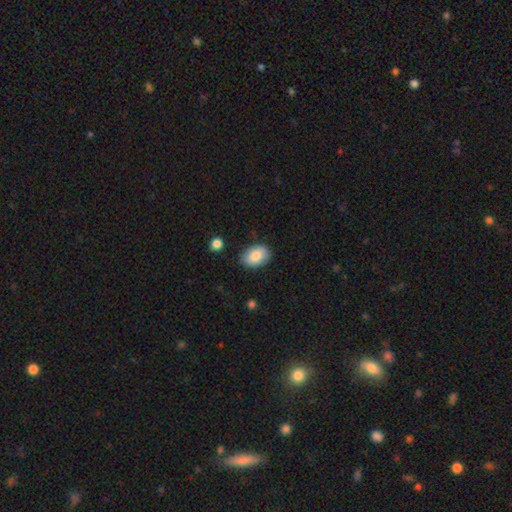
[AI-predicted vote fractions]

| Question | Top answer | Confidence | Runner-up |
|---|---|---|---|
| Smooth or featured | smooth | 84% | featured or disk (10%) |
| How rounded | in between | 87% | round (12%) |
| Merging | none | 85% | minor disturbance (11%) |